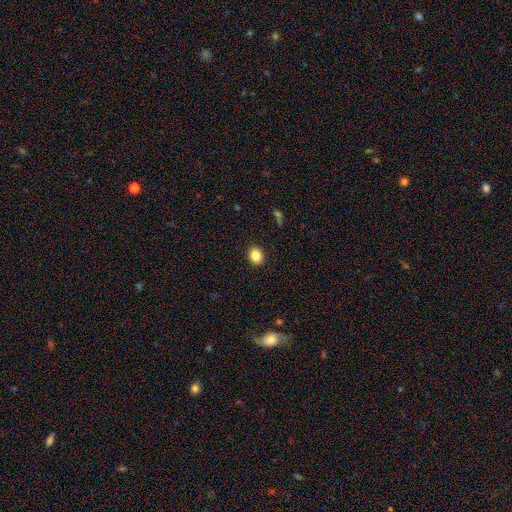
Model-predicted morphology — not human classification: This is clearly a smooth galaxy (85%). How rounded: possibly round (55%). Merging: clearly none (91%).